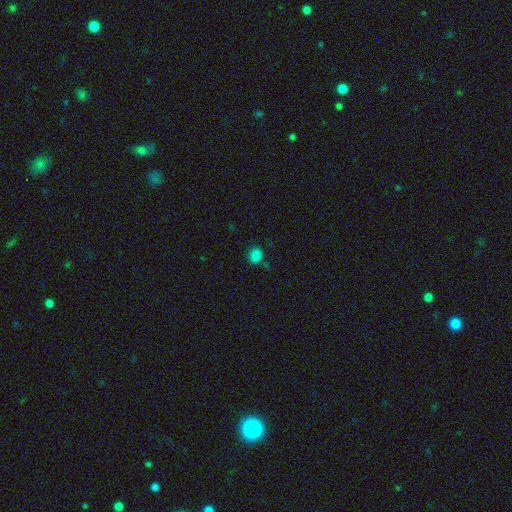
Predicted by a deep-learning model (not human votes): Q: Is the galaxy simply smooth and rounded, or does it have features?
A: smooth — 80%.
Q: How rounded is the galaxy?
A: round — 65%.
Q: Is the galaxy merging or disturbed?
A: none — 77%.